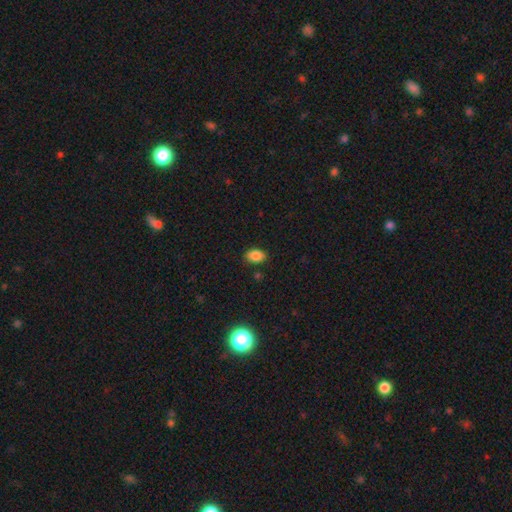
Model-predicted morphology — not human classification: A smooth galaxy with no disk features (84%) that is in between round and cigar-shaped (84%).

Vote fractions:
- Smooth or featured? smooth: 84% / star or artifact: 10% / featured or disk: 6%
- How rounded? in between: 84% / round: 15% / cigar-shaped: 1%
- Merging? none: 85% / minor disturbance: 11% / major disturbance: 2% / merger: 2%